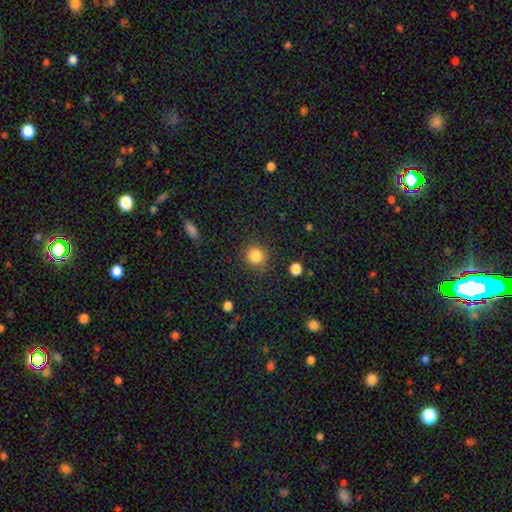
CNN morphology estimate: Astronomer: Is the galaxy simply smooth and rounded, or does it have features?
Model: smooth — 84%.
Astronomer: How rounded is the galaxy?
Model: round — 91%.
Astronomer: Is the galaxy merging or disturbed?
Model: none — 85%.